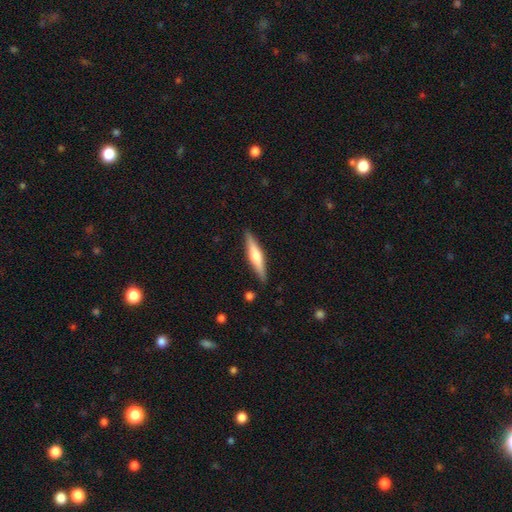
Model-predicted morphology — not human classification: Smooth or featured? Predicted: featured or disk (p=0.54). Edge-on disk? Predicted: yes (p=0.96). Edge-on bulge? Predicted: rounded (p=0.84). Merging? Predicted: none (p=0.89).